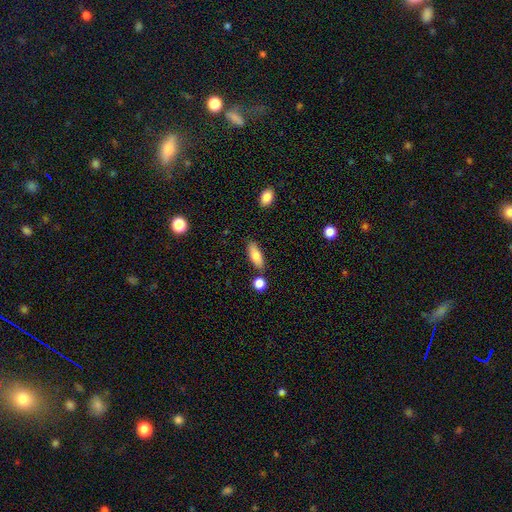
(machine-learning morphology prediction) Smooth or featured?
  - smooth: 78% *
  - featured or disk: 15%
  - star or artifact: 7%
How rounded?
  - in between: 67% *
  - cigar-shaped: 30%
  - round: 3%
Merging?
  - none: 77% *
  - minor disturbance: 12%
  - merger: 8%
  - major disturbance: 3%